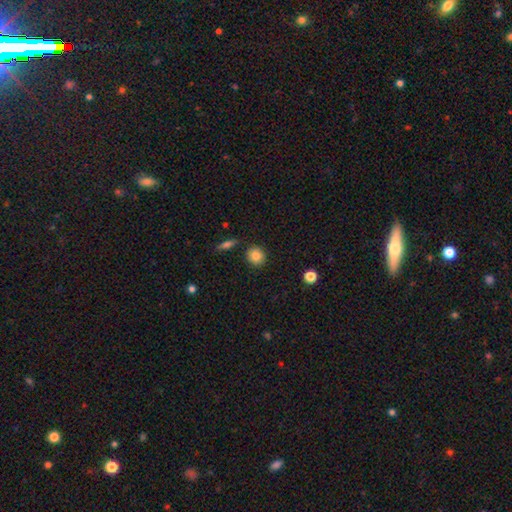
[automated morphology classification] type=smooth (85%); roundness=round (88%); merging=none (88%).